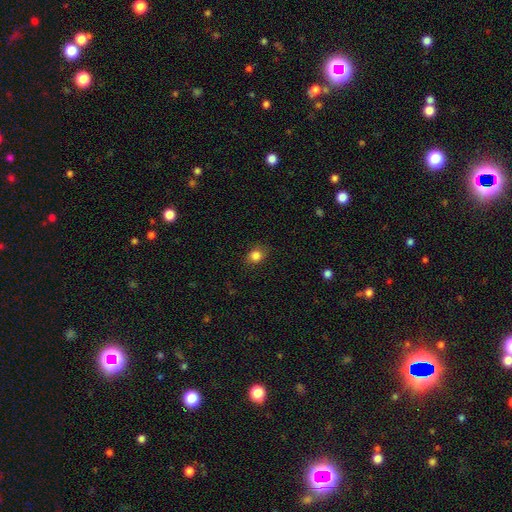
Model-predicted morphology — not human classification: Smooth or featured?
  - smooth: 84% *
  - star or artifact: 11%
  - featured or disk: 5%
How rounded?
  - round: 59% *
  - in between: 40%
  - cigar-shaped: 1%
Merging?
  - none: 81% *
  - minor disturbance: 15%
  - major disturbance: 4%
  - merger: 1%